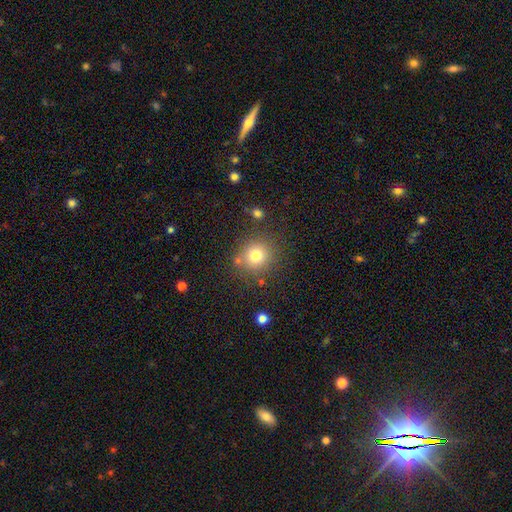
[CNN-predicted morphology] A smooth galaxy with no disk features (77%) that is round (90%). Merging: none (80%).